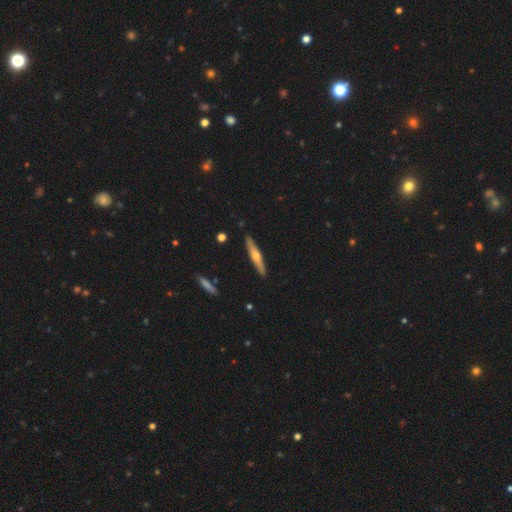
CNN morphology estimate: A featured or disk galaxy (57%) viewed edge-on (95%) with a rounded central bulge (88%).

Vote fractions:
- Smooth or featured? featured or disk: 57% / smooth: 37% / star or artifact: 5%
- Edge-on disk? yes: 95% / no: 5%
- Edge-on bulge? rounded: 88% / none: 9% / boxy: 3%
- Merging? none: 90% / minor disturbance: 7% / merger: 1% / major disturbance: 1%